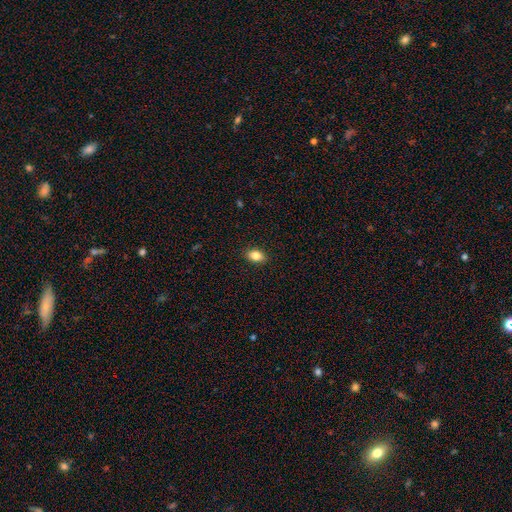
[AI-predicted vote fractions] The model was most divided on "how rounded": in between: 85%, round: 13%, cigar-shaped: 2%. More confident: merging — none (89%); smooth or featured — smooth (84%).